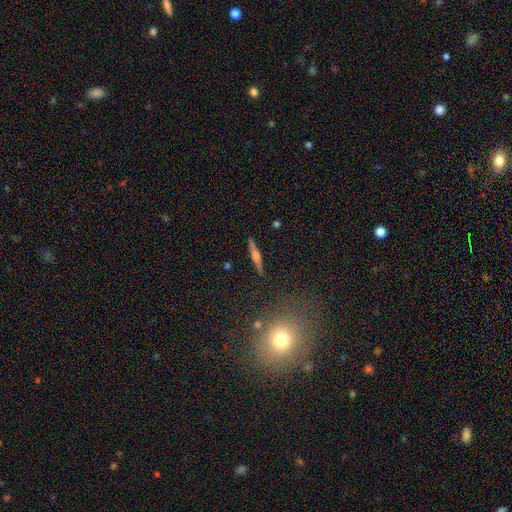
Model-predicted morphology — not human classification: smooth-or-featured: featured or disk: 68% | smooth: 23% | star or artifact: 9%
  disk-edge-on: yes: 97% | no: 3%
    edge-on-bulge: rounded: 87% | boxy: 7% | none: 6%
  merging: none: 89% | minor disturbance: 7% | merger: 2% | major disturbance: 2%